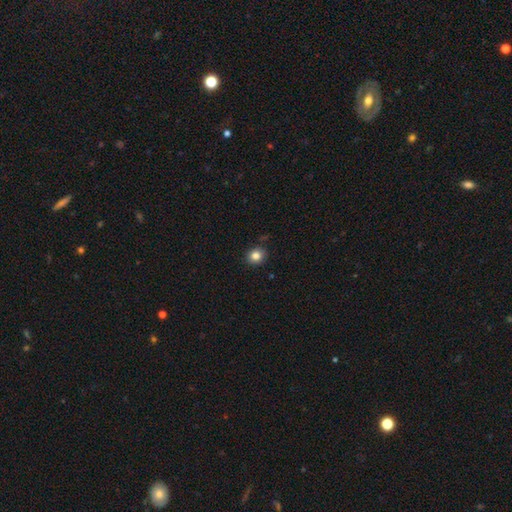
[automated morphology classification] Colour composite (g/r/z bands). It shows a smooth galaxy with no disk features (83%) that is round (81%). Merging: none (88%).